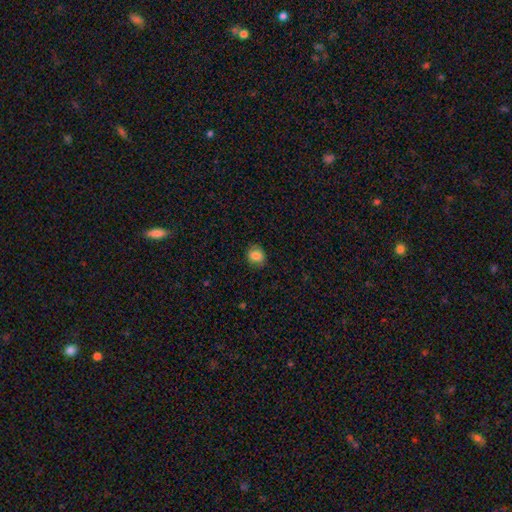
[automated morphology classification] A smooth galaxy with no disk features (84%) that is round (60%). Merging: none (80%).